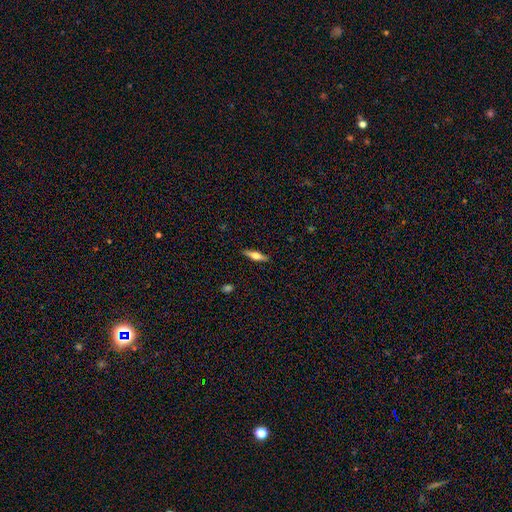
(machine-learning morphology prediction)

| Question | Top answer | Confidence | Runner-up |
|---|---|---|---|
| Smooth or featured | smooth | 47% | featured or disk (46%) |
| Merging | none | 89% | minor disturbance (8%) |